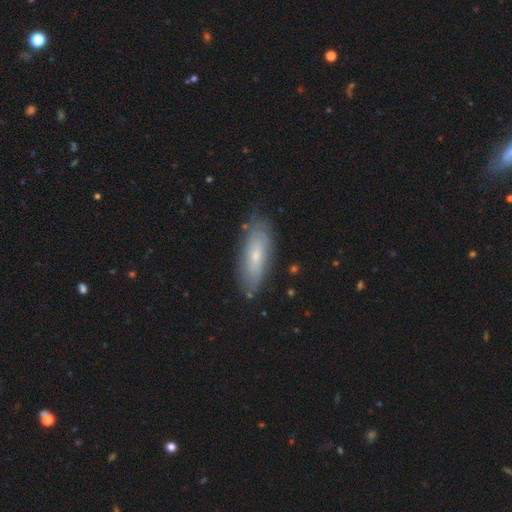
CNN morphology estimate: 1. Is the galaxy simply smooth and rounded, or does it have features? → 47% featured or disk, 46% smooth, 7% star or artifact.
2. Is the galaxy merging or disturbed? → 76% none, 18% minor disturbance, 4% major disturbance, 2% merger.